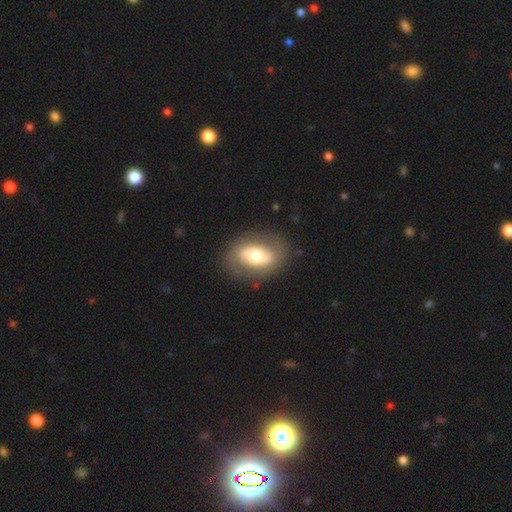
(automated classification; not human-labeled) smooth-or-featured: smooth: 48% | featured or disk: 46% | star or artifact: 6%
  merging: none: 80% | minor disturbance: 12% | major disturbance: 7% | merger: 1%